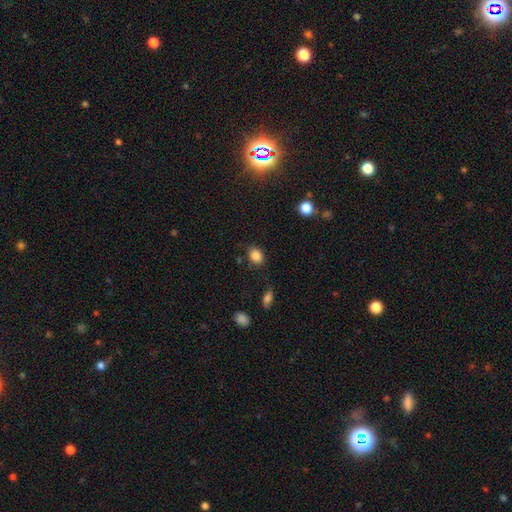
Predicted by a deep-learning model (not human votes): Q: Smooth or featured?
A: smooth (85%); runner-up: star or artifact (10%)
Q: How rounded?
A: in between (50%); runner-up: round (49%)
Q: Merging?
A: none (77%); runner-up: minor disturbance (16%)